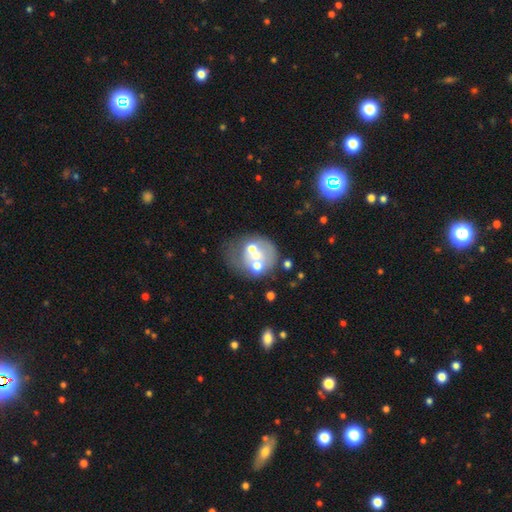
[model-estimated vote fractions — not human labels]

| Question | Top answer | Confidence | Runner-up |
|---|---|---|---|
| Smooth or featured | featured or disk | 50% | smooth (38%) |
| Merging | merger | 37% | none (35%) |